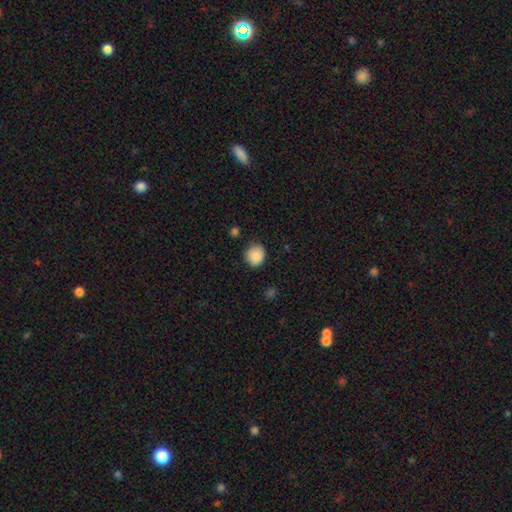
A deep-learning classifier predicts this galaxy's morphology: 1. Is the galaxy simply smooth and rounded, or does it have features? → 88% smooth, 9% star or artifact, 4% featured or disk.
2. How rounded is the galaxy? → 83% round, 16% in between, 1% cigar-shaped.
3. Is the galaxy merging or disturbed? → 83% none, 13% minor disturbance, 3% major disturbance, 2% merger.